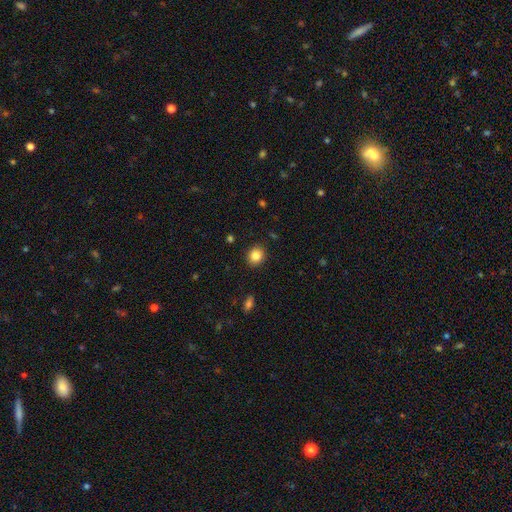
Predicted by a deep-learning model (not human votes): Smooth or featured: smooth — 85% (star or artifact — 10%)
How rounded: round — 70% (in between — 29%)
Merging: none — 90% (minor disturbance — 7%)